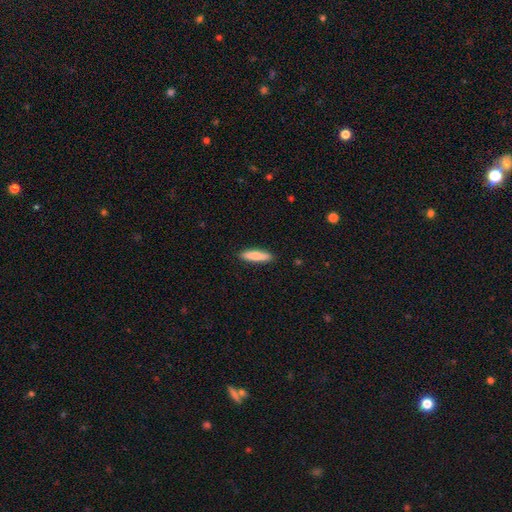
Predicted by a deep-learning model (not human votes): Smooth or featured? Predicted: smooth (p=0.81). How rounded? Predicted: cigar-shaped (p=0.73). Merging? Predicted: none (p=0.90).